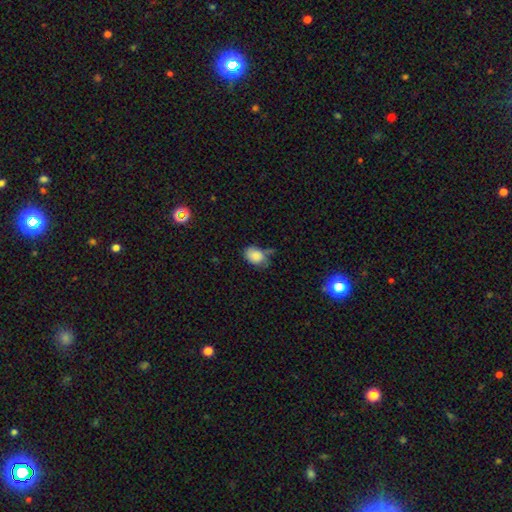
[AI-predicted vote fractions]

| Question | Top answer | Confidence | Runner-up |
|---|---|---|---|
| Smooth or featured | smooth | 85% | star or artifact (9%) |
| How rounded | in between | 68% | round (31%) |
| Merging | none | 48% | minor disturbance (32%) |